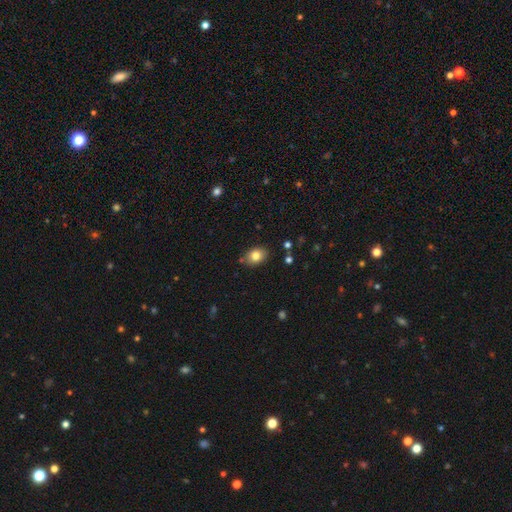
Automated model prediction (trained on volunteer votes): A smooth galaxy with no disk features (81%) that is in between round and cigar-shaped (67%). Merging: none (82%).